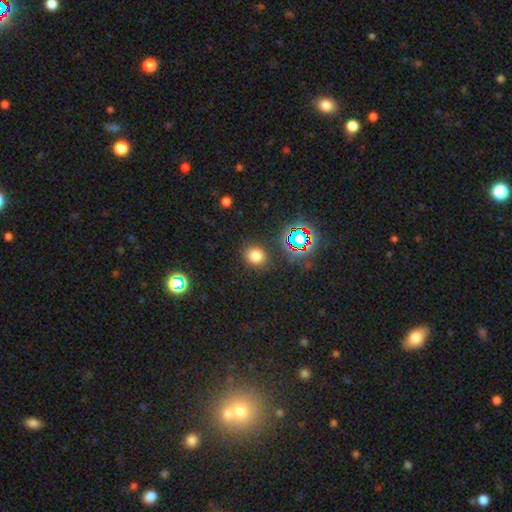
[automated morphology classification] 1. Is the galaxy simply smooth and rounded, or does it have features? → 72% smooth, 21% star or artifact, 6% featured or disk.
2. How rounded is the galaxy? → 78% round, 21% in between, 1% cigar-shaped.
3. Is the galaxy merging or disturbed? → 86% none, 8% minor disturbance, 3% major disturbance, 2% merger.